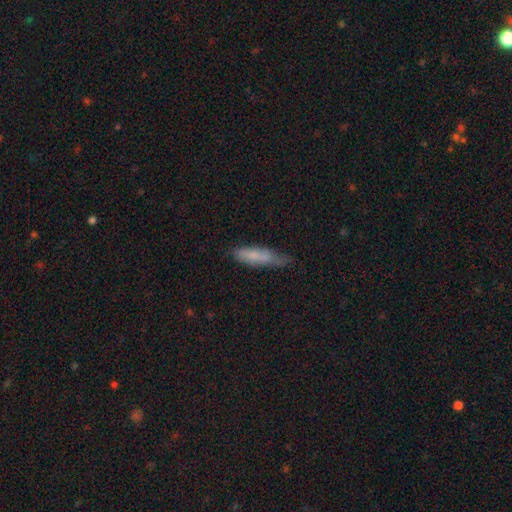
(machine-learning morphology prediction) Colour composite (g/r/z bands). It shows a smooth galaxy with no disk features (71%) that is cigar-shaped (70%). Merging: none (50%).